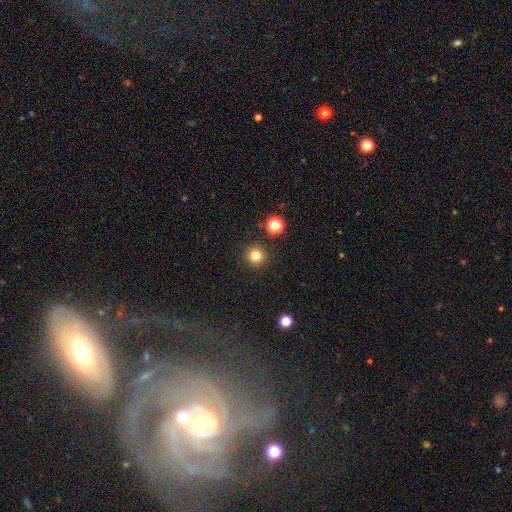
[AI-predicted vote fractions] A smooth galaxy with no disk features (81%) that is round (95%).

Vote fractions:
- Smooth or featured? smooth: 81% / star or artifact: 13% / featured or disk: 5%
- How rounded? round: 95% / in between: 4% / cigar-shaped: 1%
- Merging? none: 90% / minor disturbance: 5% / merger: 3% / major disturbance: 2%